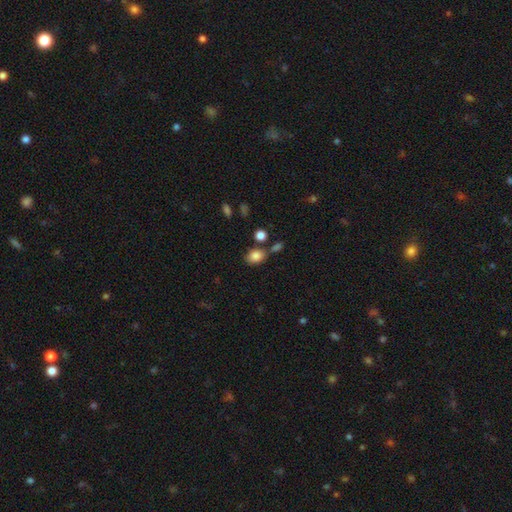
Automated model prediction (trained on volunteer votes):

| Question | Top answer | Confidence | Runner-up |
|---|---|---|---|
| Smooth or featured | smooth | 84% | star or artifact (9%) |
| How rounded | in between | 67% | round (32%) |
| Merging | none | 65% | merger (15%) |